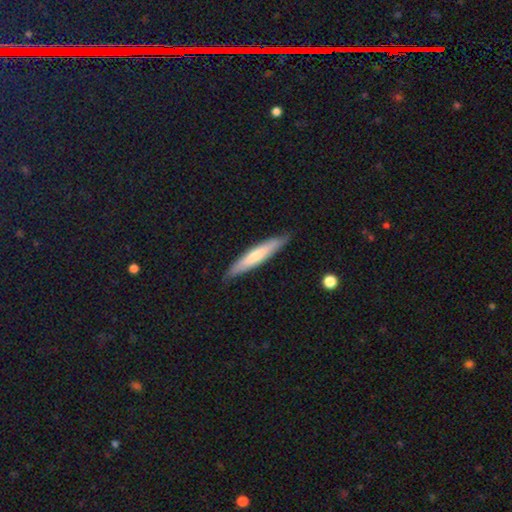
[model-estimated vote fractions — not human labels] A smooth galaxy with no disk features (62%) that is cigar-shaped (90%). Merging: none (86%).